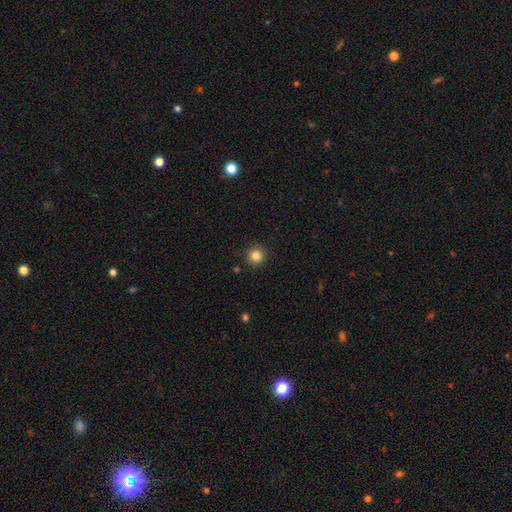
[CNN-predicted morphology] Smooth or featured?
  - smooth: 84% *
  - star or artifact: 11%
  - featured or disk: 4%
How rounded?
  - round: 94% *
  - in between: 5%
  - cigar-shaped: 1%
Merging?
  - none: 90% *
  - minor disturbance: 6%
  - major disturbance: 2%
  - merger: 1%